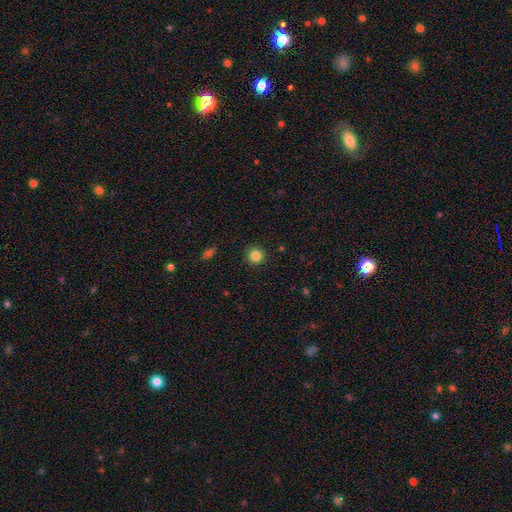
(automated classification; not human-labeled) A smooth galaxy with no disk features (84%) that is round (95%). Merging: none (92%).